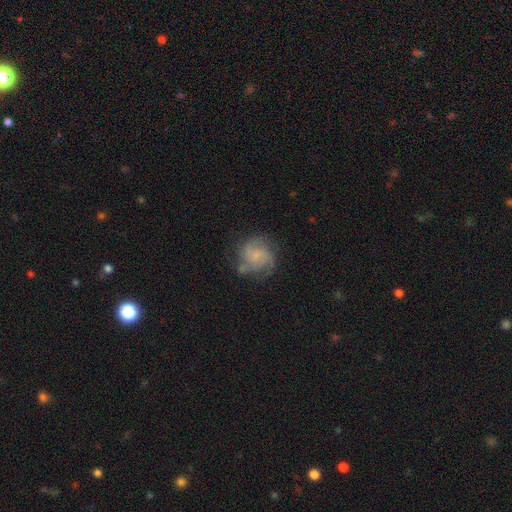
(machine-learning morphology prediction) smooth-or-featured: featured or disk: 75% | smooth: 18% | star or artifact: 7%
  disk-edge-on: no: 98% | yes: 2%
    bar: no: 71% | weak: 26% | strong: 3%
    has-spiral-arms: yes: 94% | no: 6%
      spiral-winding: medium: 44% | tight: 41% | loose: 14%
      spiral-arm-count: 3: 37% | 2: 24% | can't tell: 19% | 4: 10% | 1: 5% | more than 4: 5%
    bulge-size: small: 71% | none: 14% | moderate: 13% | large: 1% | dominant: 1%
  merging: none: 66% | minor disturbance: 21% | major disturbance: 10% | merger: 3%